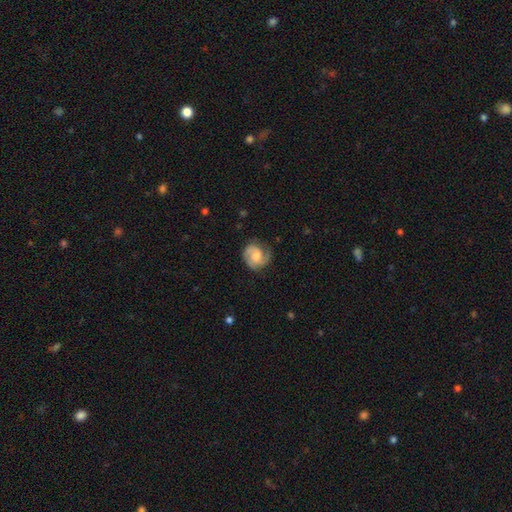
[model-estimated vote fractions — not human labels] Smooth or featured? Predicted: featured or disk (p=0.66). Edge-on disk? Predicted: no (p=0.98). Bar? Predicted: no (p=0.61). Spiral arms? Predicted: yes (p=0.94). Spiral winding? Predicted: medium (p=0.45). Spiral arm count? Predicted: 2 (p=0.62). Bulge size? Predicted: moderate (p=0.44). Merging? Predicted: none (p=0.72).